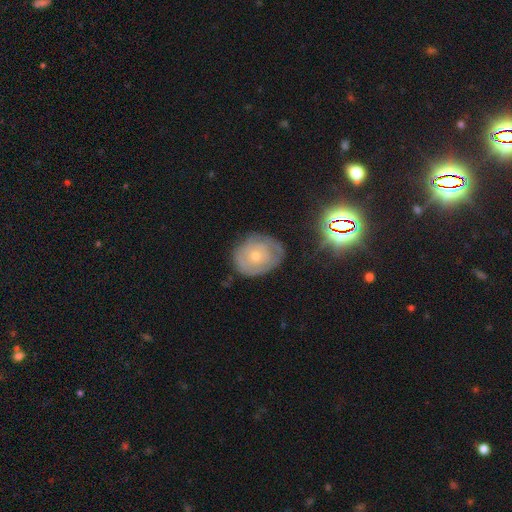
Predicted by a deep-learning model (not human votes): A featured or disk galaxy (57%) with no bar (86%), spiral arms (62%) and a small central bulge (63%).

Vote fractions:
- Smooth or featured? featured or disk: 57% / smooth: 34% / star or artifact: 9%
- Edge-on disk? no: 96% / yes: 4%
- Bar? no: 86% / weak: 11% / strong: 2%
- Spiral arms? yes: 62% / no: 38%
- Bulge size? small: 63% / moderate: 33% / large: 1% / none: 1% / dominant: 1%
- Merging? none: 66% / minor disturbance: 24% / major disturbance: 8% / merger: 2%